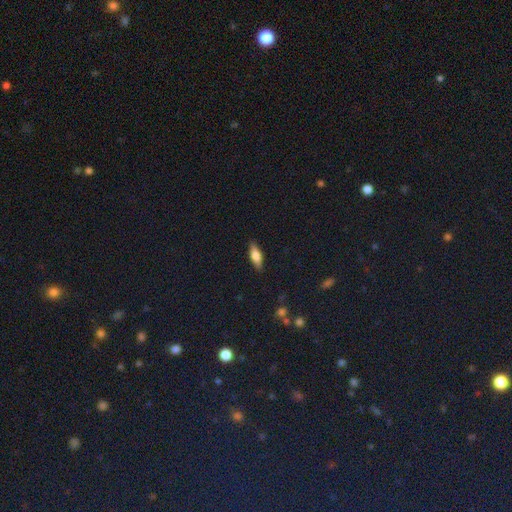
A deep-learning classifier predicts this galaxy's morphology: A smooth galaxy with no disk features (70%) that is in between round and cigar-shaped (61%).

Vote fractions:
- Smooth or featured? smooth: 70% / featured or disk: 23% / star or artifact: 7%
- How rounded? in between: 61% / cigar-shaped: 36% / round: 3%
- Merging? none: 87% / minor disturbance: 9% / major disturbance: 2% / merger: 1%